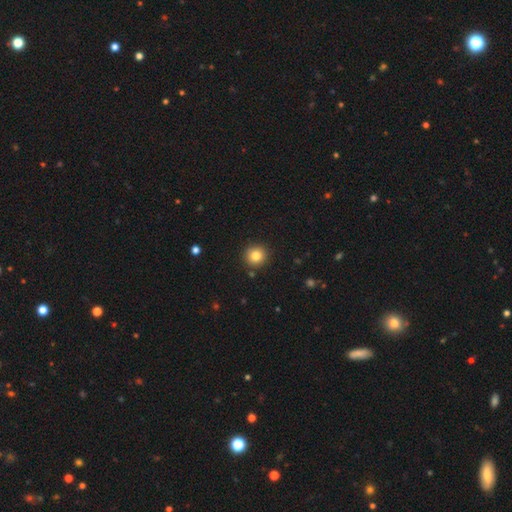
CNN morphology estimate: smooth_or_featured: smooth (p=0.82) [alt: star or artifact p=0.11]
how_rounded: round (p=0.92) [alt: in between p=0.07]
merging: none (p=0.89) [alt: minor disturbance p=0.07]